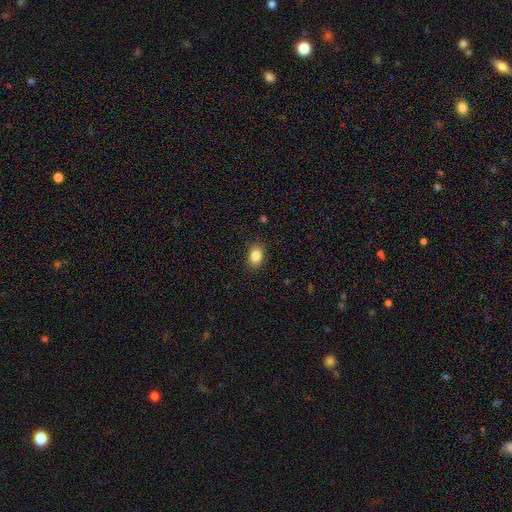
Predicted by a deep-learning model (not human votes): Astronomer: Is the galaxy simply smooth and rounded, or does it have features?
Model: smooth — 84%.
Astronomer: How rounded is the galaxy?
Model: in between — 71%.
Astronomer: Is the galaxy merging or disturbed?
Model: none — 88%.